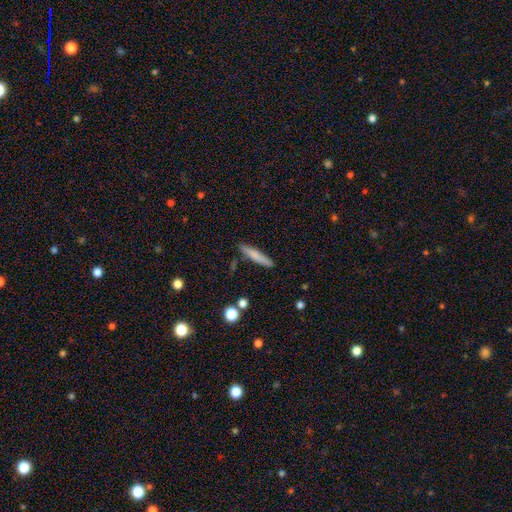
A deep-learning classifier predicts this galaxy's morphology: Overall: smooth (74%). How rounded: cigar-shaped (91%). Merging: none (86%).